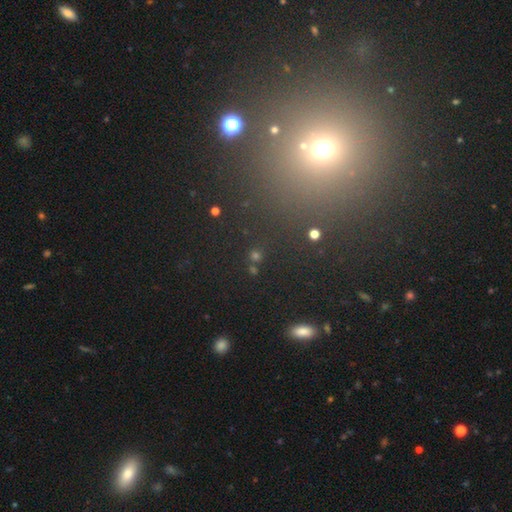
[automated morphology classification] smooth_or_featured: smooth (p=0.46) [alt: star or artifact p=0.43]
merging: none (p=0.80) [alt: minor disturbance p=0.09]